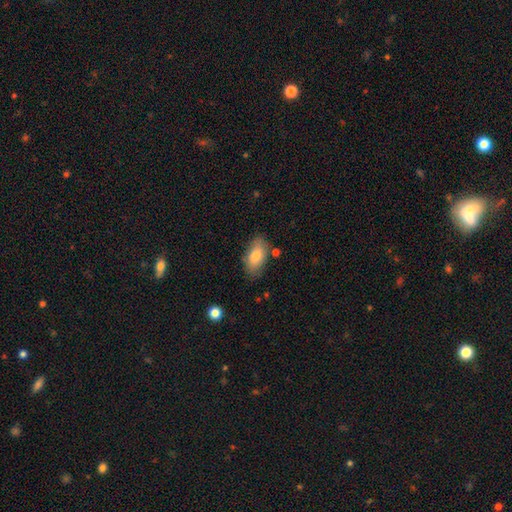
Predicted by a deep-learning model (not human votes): Smooth or featured? smooth (79%)
How rounded? in between (92%)
Merging? none (77%)